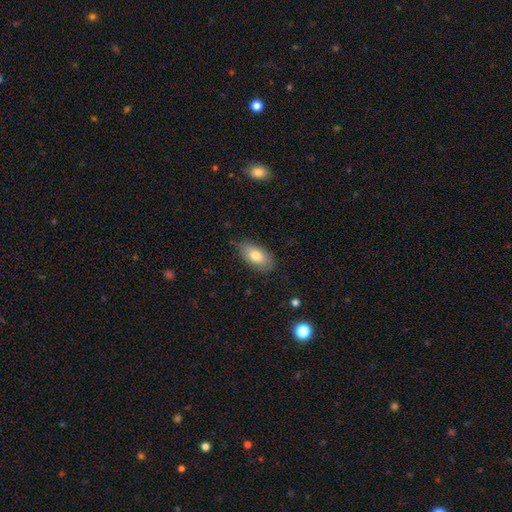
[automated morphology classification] Smooth or featured? Predicted: smooth (p=0.78). How rounded? Predicted: in between (p=0.92). Merging? Predicted: none (p=0.75).